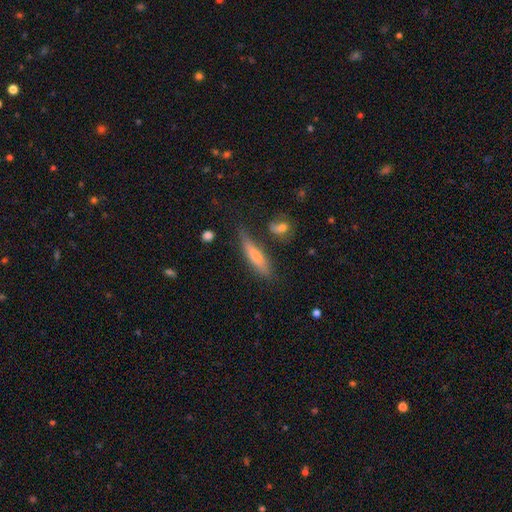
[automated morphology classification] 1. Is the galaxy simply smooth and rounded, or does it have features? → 57% smooth, 35% featured or disk, 8% star or artifact.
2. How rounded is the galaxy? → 78% cigar-shaped, 19% in between, 2% round.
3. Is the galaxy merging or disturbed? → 71% none, 18% minor disturbance, 6% merger, 5% major disturbance.